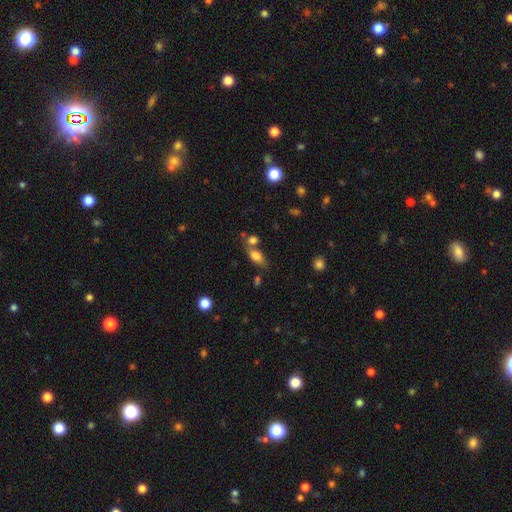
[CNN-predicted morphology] Smooth or featured: smooth — 79% (featured or disk — 11%)
How rounded: in between — 84% (cigar-shaped — 10%)
Merging: none — 52% (merger — 27%)